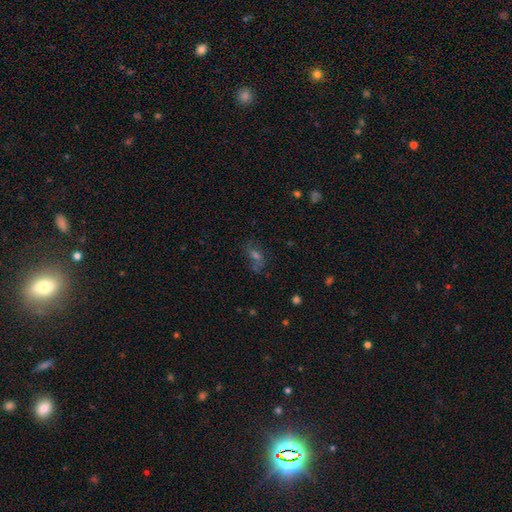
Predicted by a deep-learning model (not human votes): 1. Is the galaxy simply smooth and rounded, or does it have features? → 40% smooth, 33% star or artifact, 27% featured or disk.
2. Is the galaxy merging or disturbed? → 57% none, 19% minor disturbance, 15% major disturbance, 10% merger.